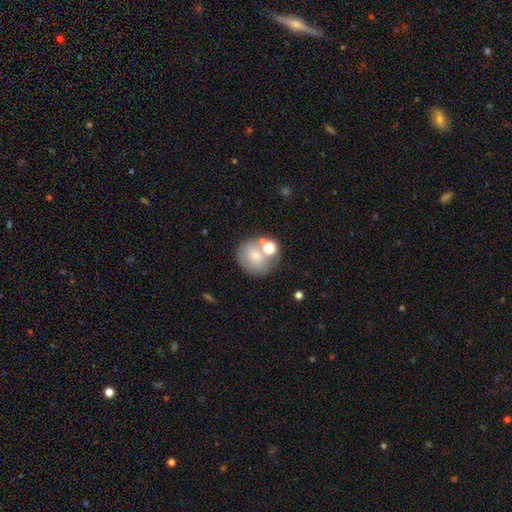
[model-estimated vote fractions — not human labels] A smooth galaxy with no disk features (66%) that is round (78%). Merging: none (55%).